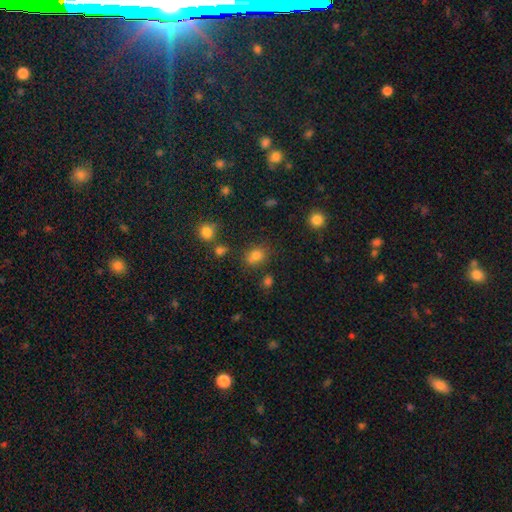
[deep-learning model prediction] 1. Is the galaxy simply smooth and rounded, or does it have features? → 77% smooth, 15% star or artifact, 8% featured or disk.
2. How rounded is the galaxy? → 55% in between, 44% round, 1% cigar-shaped.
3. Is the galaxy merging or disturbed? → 70% none, 16% minor disturbance, 9% merger, 5% major disturbance.